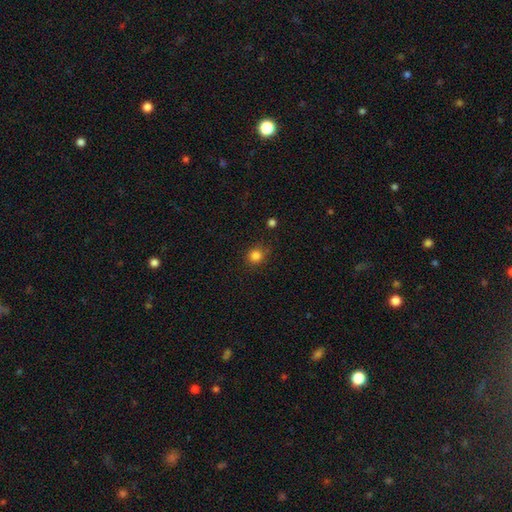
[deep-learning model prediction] Q: Smooth or featured?
A: smooth (84%); runner-up: star or artifact (12%)
Q: How rounded?
A: round (88%); runner-up: in between (11%)
Q: Merging?
A: none (85%); runner-up: minor disturbance (10%)